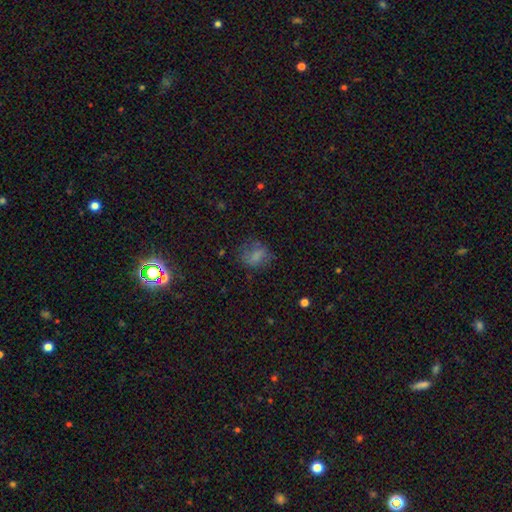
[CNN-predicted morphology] Overall: smooth (66%). How rounded: round (50%; in between 49%). Merging: none (58%; minor disturbance 23%).